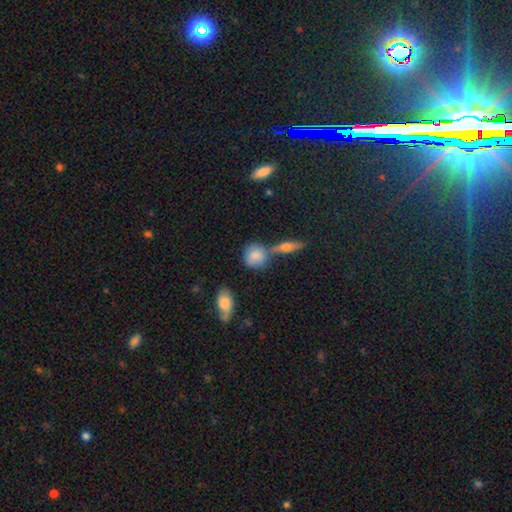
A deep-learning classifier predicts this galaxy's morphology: Overall: smooth (77%). How rounded: round (75%). Merging: none (56%; merger 24%).